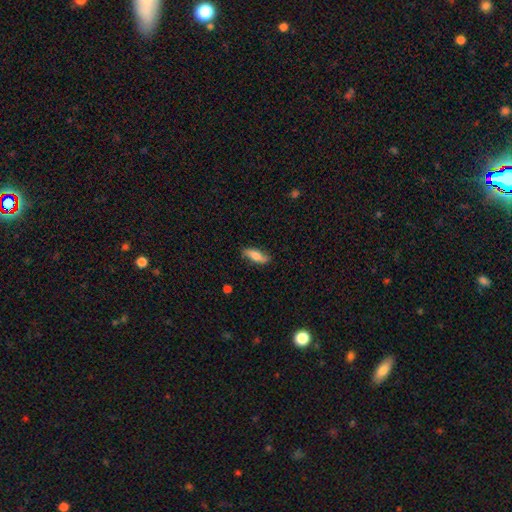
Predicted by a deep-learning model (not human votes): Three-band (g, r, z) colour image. It shows a smooth galaxy with no disk features (59%) that is in between round and cigar-shaped (59%). Merging: none (79%).